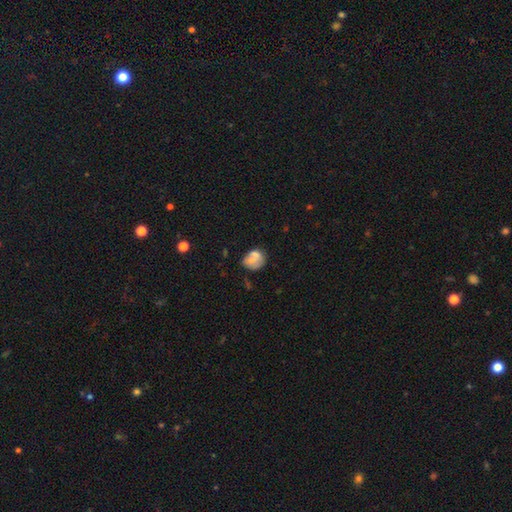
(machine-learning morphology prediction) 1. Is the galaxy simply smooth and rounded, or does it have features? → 60% smooth, 31% featured or disk, 9% star or artifact.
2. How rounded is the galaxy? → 63% round, 36% in between, 1% cigar-shaped.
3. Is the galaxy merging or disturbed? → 43% none, 24% merger, 22% minor disturbance, 11% major disturbance.